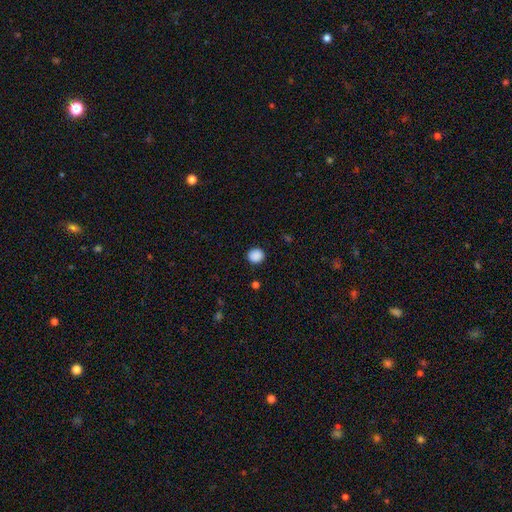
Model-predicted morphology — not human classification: Smooth or featured? Predicted: smooth (p=0.89). How rounded? Predicted: round (p=0.88). Merging? Predicted: none (p=0.91).